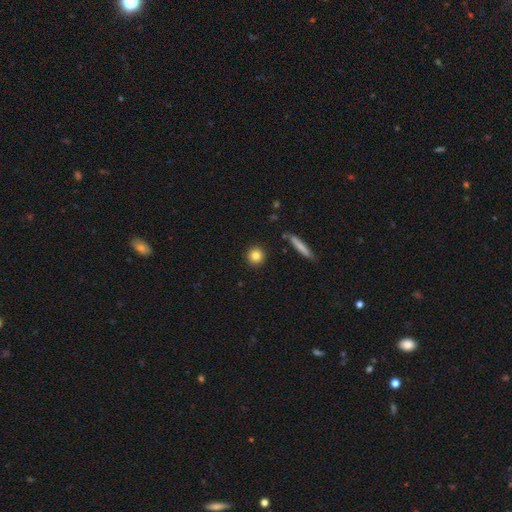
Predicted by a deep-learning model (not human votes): Q: Smooth or featured?
A: smooth (83%); runner-up: star or artifact (9%)
Q: How rounded?
A: round (92%); runner-up: in between (6%)
Q: Merging?
A: none (91%); runner-up: minor disturbance (5%)